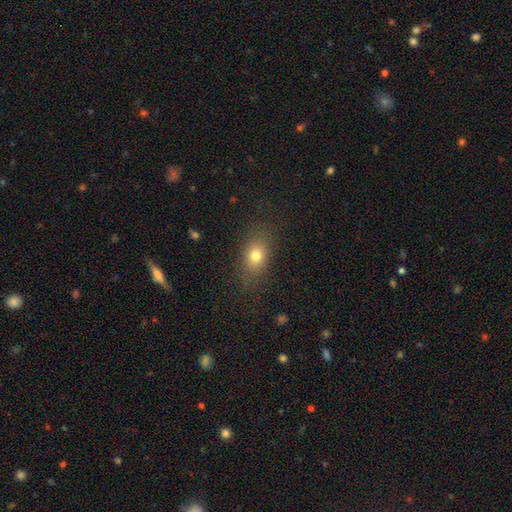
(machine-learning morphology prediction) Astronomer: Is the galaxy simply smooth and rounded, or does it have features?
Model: smooth — 77%.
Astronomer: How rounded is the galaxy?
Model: in between — 68%.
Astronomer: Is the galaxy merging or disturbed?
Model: none — 80%.